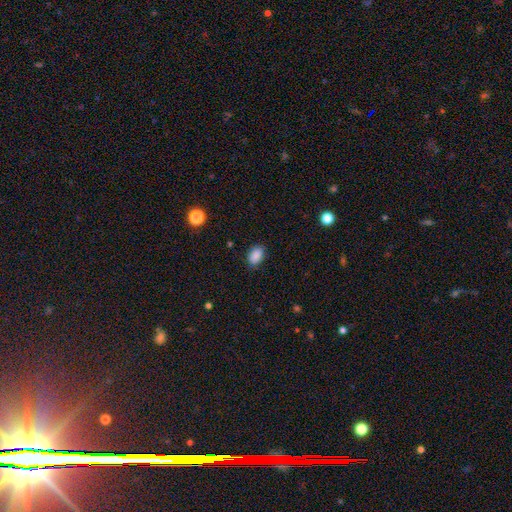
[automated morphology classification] Overall: smooth (88%). How rounded: in between (86%). Merging: none (84%).